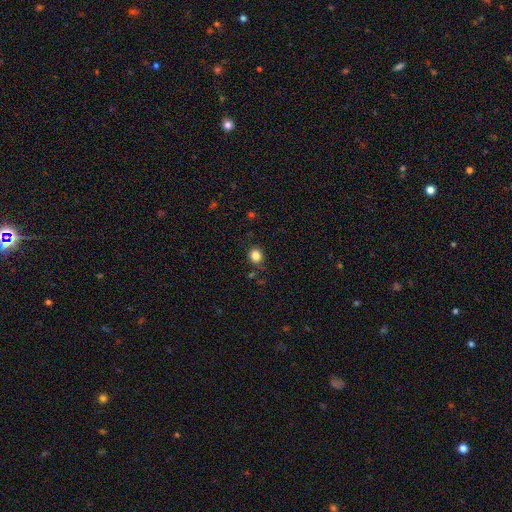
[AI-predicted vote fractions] Overall: smooth (84%). How rounded: round (77%). Merging: none (86%).